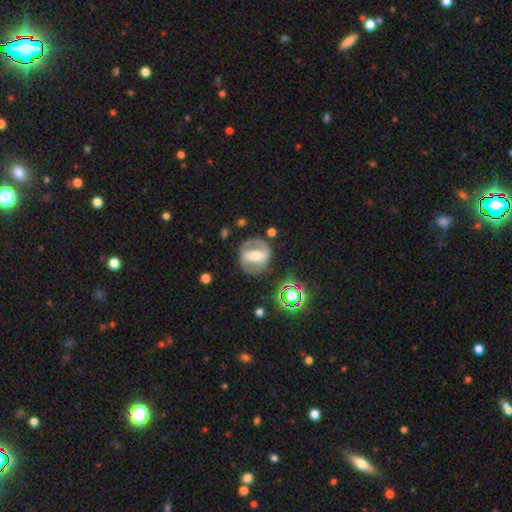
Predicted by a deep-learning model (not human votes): Q: Smooth or featured?
A: featured or disk (71%); runner-up: smooth (22%)
Q: Edge-on disk?
A: no (94%); runner-up: yes (6%)
Q: Bar?
A: strong (61%); runner-up: weak (25%)
Q: Spiral arms?
A: yes (61%); runner-up: no (39%)
Q: Bulge size?
A: moderate (61%); runner-up: small (25%)
Q: Merging?
A: none (75%); runner-up: minor disturbance (14%)